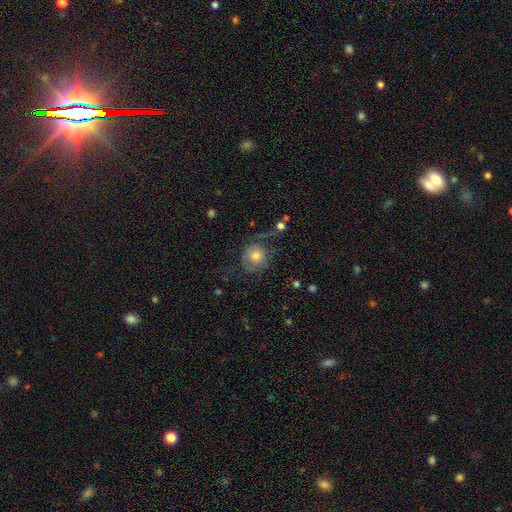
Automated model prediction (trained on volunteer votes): A smooth galaxy with no disk features (62%) that is round (85%). Merging: none (52%).